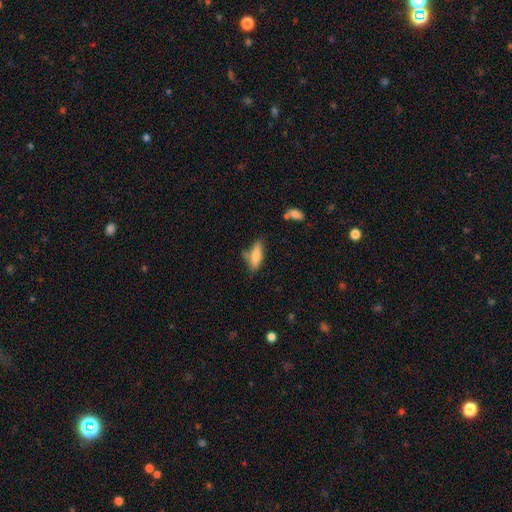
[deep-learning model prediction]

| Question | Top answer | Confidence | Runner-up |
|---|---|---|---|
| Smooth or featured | smooth | 70% | featured or disk (23%) |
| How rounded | in between | 49% | cigar-shaped (48%) |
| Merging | none | 61% | minor disturbance (24%) |